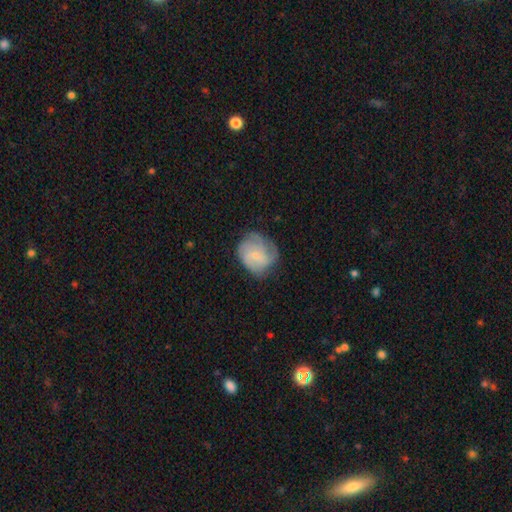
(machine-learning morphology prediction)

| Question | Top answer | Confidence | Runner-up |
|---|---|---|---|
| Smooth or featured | featured or disk | 60% | smooth (32%) |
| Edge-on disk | no | 98% | yes (2%) |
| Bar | no | 62% | weak (33%) |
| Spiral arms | yes | 89% | no (11%) |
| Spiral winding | medium | 42% | tight (41%) |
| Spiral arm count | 3 | 32% | can't tell (27%) |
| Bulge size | small | 65% | moderate (21%) |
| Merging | none | 64% | minor disturbance (24%) |